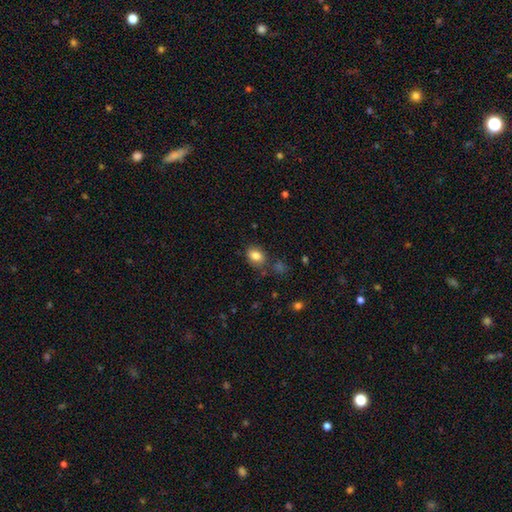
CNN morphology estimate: type=smooth (83%); roundness=in between (65%); merging=none (75%).